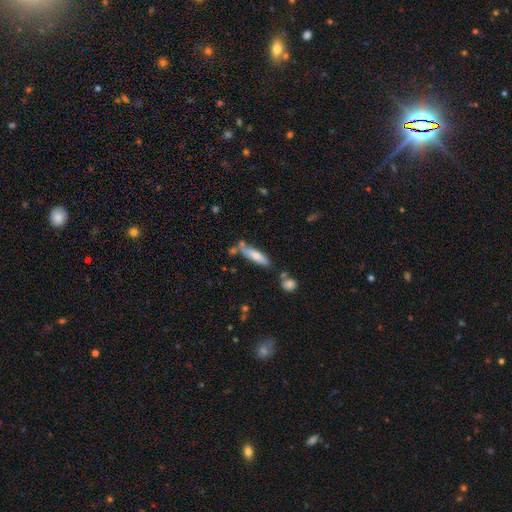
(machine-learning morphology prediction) This appears to be a smooth galaxy with no disk features (65%) that is cigar-shaped (73%). Merging: none (60%).